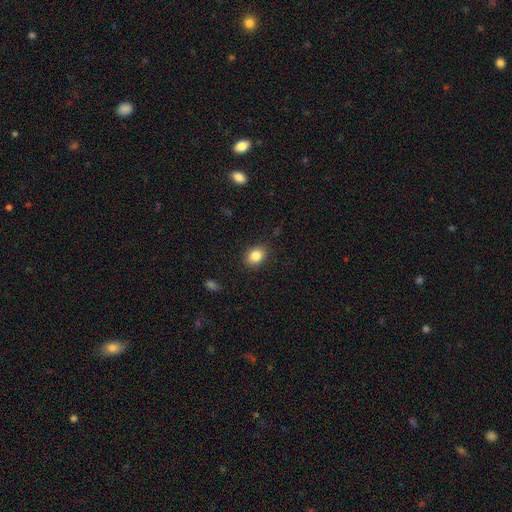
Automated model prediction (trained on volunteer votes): This is clearly a smooth galaxy (85%). How rounded: possibly in between (59%). Merging: clearly none (87%).